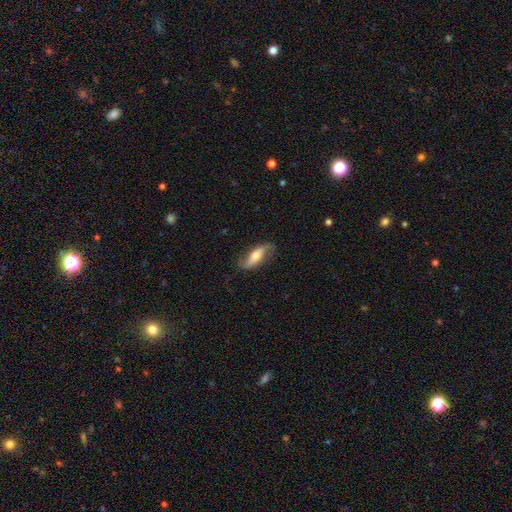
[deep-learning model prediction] Q: Smooth or featured?
A: featured or disk (57%); runner-up: smooth (37%)
Q: Edge-on disk?
A: no (74%); runner-up: yes (26%)
Q: Merging?
A: none (75%); runner-up: minor disturbance (18%)